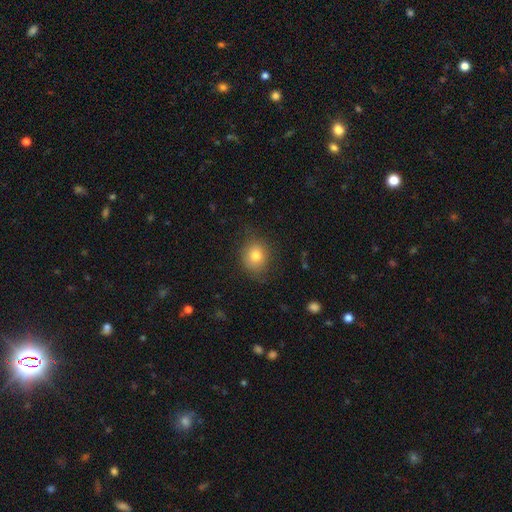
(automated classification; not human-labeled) Overall: smooth (77%). How rounded: round (71%). Merging: none (75%).